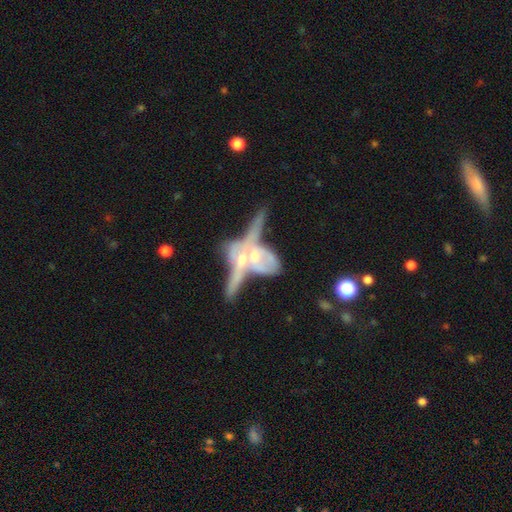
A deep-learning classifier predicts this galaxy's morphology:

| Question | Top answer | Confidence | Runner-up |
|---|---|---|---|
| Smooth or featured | featured or disk | 66% | smooth (26%) |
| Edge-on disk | no | 59% | yes (41%) |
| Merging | merger | 69% | none (13%) |